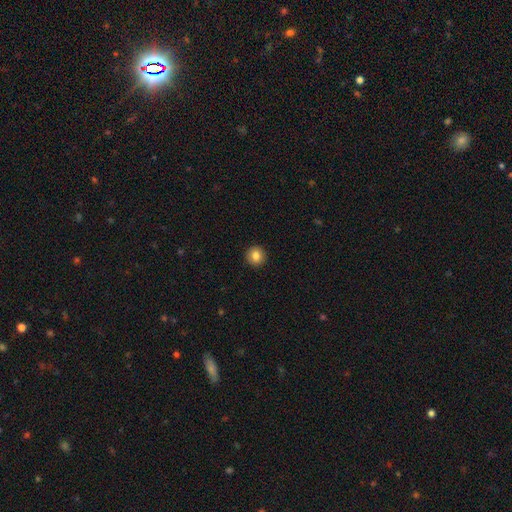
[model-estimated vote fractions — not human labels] Overall: smooth (85%). How rounded: round (95%). Merging: none (93%).